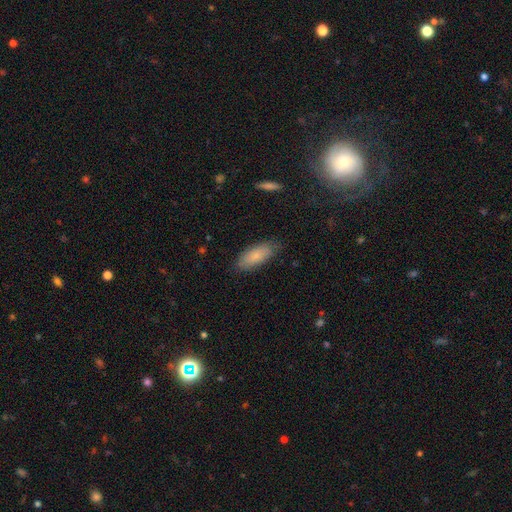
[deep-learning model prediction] A smooth galaxy with no disk features (82%) that is in between round and cigar-shaped (80%).

Vote fractions:
- Smooth or featured? smooth: 82% / featured or disk: 12% / star or artifact: 6%
- How rounded? in between: 80% / cigar-shaped: 18% / round: 2%
- Merging? none: 81% / minor disturbance: 15% / major disturbance: 3% / merger: 1%